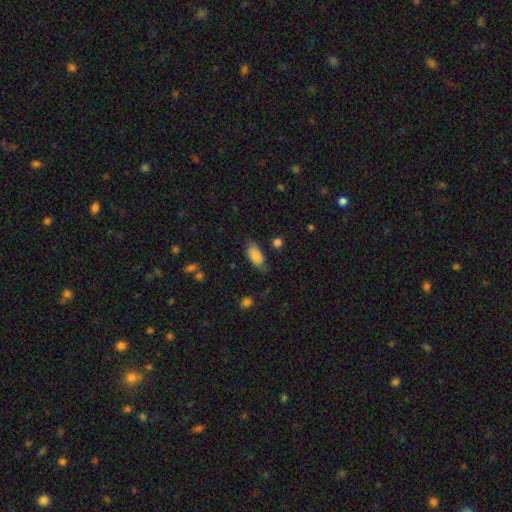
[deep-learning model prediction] Q: Smooth or featured?
A: smooth (83%); runner-up: featured or disk (10%)
Q: How rounded?
A: in between (90%); runner-up: cigar-shaped (7%)
Q: Merging?
A: none (66%); runner-up: minor disturbance (25%)